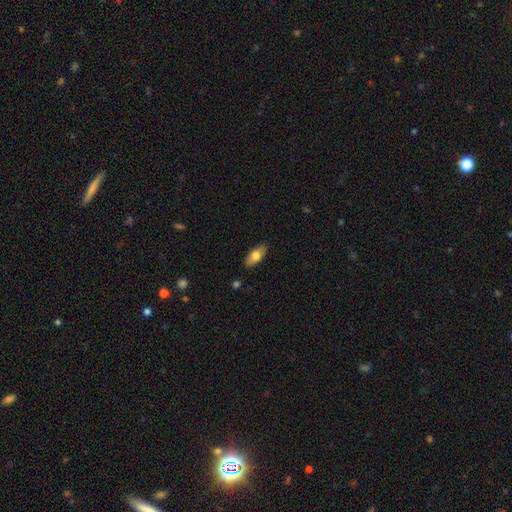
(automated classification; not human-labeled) Q: Smooth or featured?
A: smooth (72%); runner-up: featured or disk (22%)
Q: How rounded?
A: in between (89%); runner-up: cigar-shaped (8%)
Q: Merging?
A: none (87%); runner-up: minor disturbance (10%)